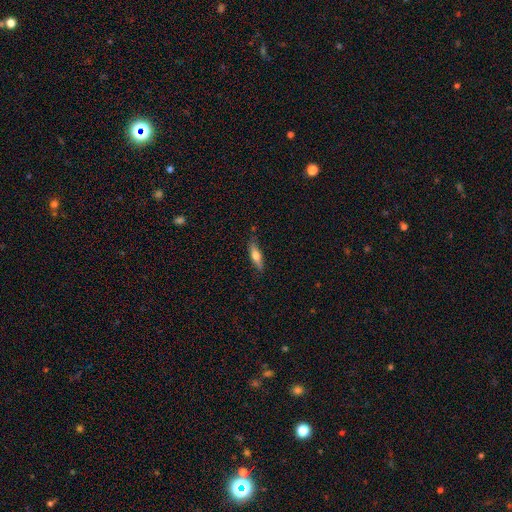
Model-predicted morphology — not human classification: Overall: smooth (61%; featured or disk 33%). How rounded: cigar-shaped (64%; in between 34%). Merging: none (80%).